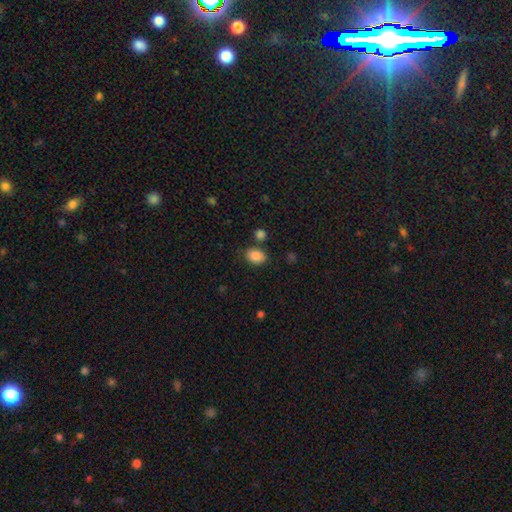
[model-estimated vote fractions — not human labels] Morphology: type=smooth (87%); roundness=in between (71%); merging=none (76%).